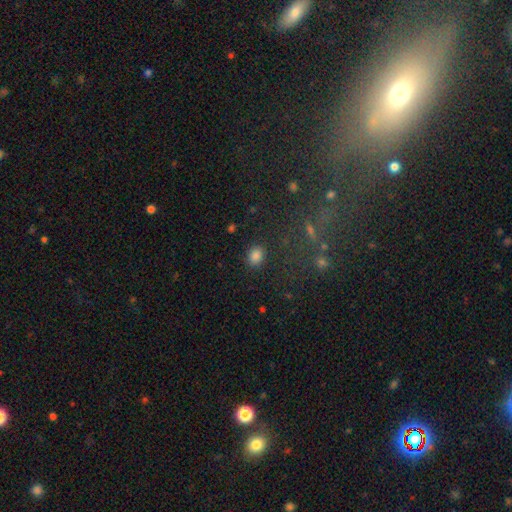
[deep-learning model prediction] smooth_or_featured: smooth (p=0.82) [alt: star or artifact p=0.13]
how_rounded: in between (p=0.50) [alt: round p=0.49]
merging: none (p=0.86) [alt: minor disturbance p=0.09]